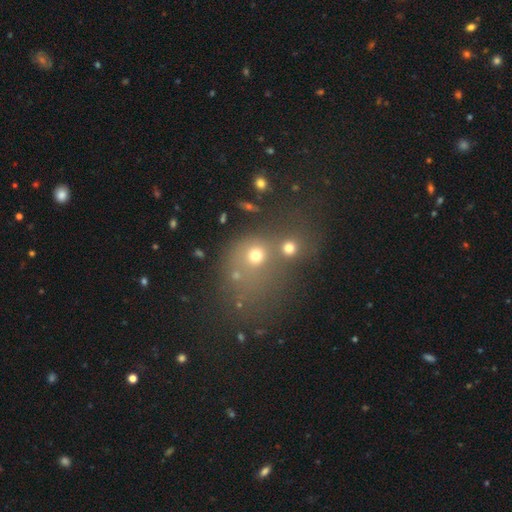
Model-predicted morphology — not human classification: Smooth or featured?
  - smooth: 68% *
  - star or artifact: 19%
  - featured or disk: 14%
How rounded?
  - round: 66% *
  - in between: 32%
  - cigar-shaped: 2%
Merging?
  - merger: 41% * (tied)
  - none: 41% * (tied)
  - minor disturbance: 10%
  - major disturbance: 8%